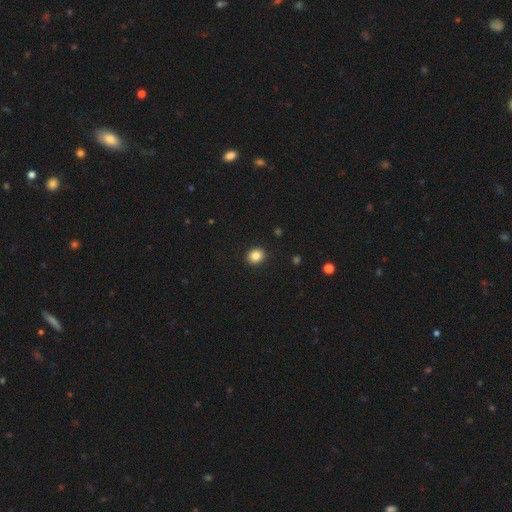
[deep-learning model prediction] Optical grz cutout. It shows a smooth galaxy with no disk features (86%) that is round (70%). Merging: none (92%).